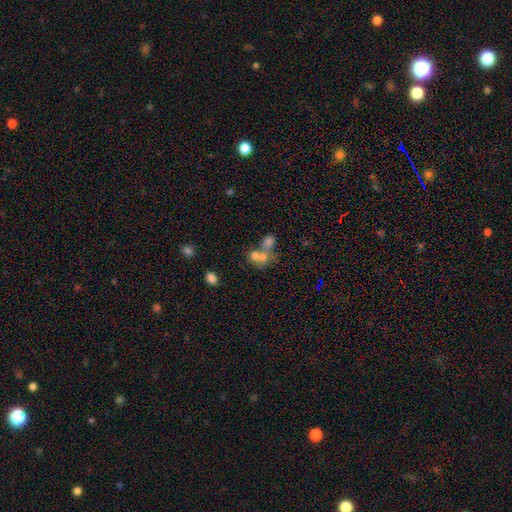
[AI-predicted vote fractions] The model was most divided on "how rounded": round: 65%, in between: 34%, cigar-shaped: 1%. More confident: smooth or featured — smooth (63%); merging — merger (61%).